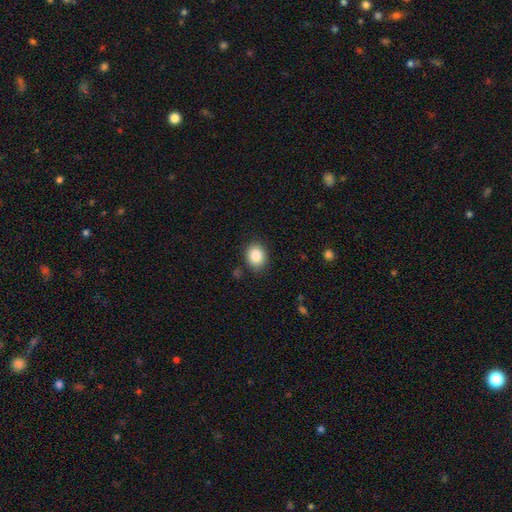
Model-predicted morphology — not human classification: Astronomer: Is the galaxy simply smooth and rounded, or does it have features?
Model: smooth — 87%.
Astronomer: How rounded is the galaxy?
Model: round — 55% (runner-up: in between, 44%).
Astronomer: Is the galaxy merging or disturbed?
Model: none — 85%.